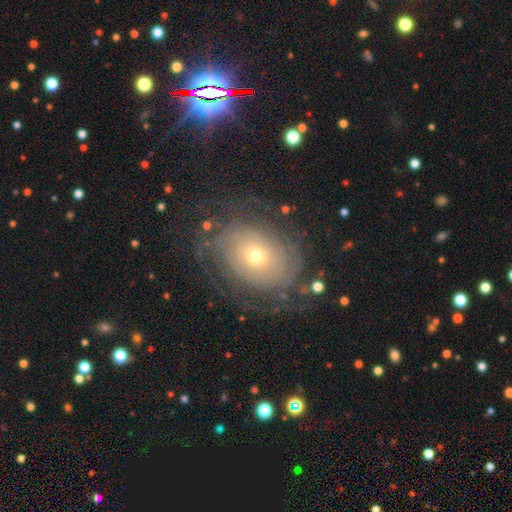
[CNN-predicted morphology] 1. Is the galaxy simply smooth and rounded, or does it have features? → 73% featured or disk, 15% smooth, 12% star or artifact.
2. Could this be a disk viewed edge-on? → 96% no, 4% yes.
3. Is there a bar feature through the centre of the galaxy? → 81% no, 15% weak, 4% strong.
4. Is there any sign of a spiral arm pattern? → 88% yes, 12% no.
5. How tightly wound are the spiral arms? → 76% tight, 18% medium, 7% loose.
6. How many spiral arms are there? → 52% can't tell, 16% 2, 10% 3, 9% 4, 8% more than 4, 6% 1.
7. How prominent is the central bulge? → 57% small, 38% moderate, 3% large, 1% dominant, 1% none.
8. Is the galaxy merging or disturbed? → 75% none, 14% minor disturbance, 10% major disturbance, 2% merger.